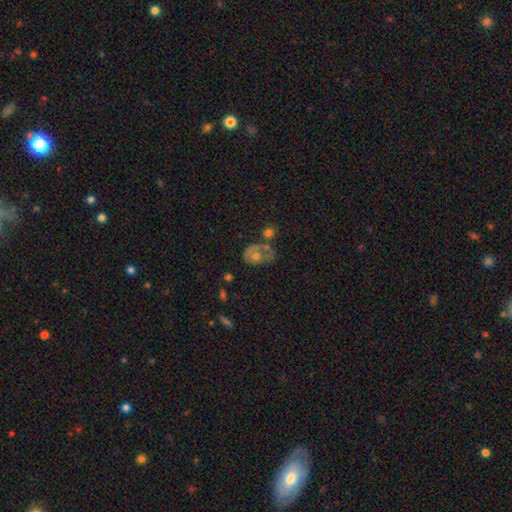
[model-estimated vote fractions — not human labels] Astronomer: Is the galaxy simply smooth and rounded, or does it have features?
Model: featured or disk — 54% (runner-up: smooth, 35%).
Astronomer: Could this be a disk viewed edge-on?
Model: no — 95%.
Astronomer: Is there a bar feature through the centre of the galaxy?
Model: no — 86%.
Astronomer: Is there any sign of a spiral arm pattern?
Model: no — 63%.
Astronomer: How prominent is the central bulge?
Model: moderate — 62%.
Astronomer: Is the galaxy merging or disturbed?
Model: none — 34% (runner-up: major disturbance, 26%).